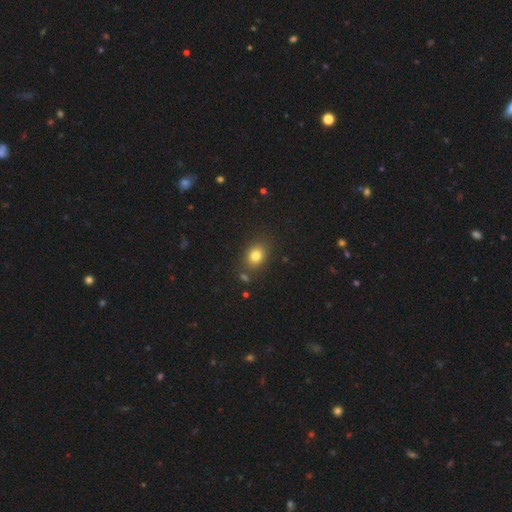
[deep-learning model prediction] Smooth or featured?
  - smooth: 79% *
  - star or artifact: 13%
  - featured or disk: 8%
How rounded?
  - in between: 50% *
  - round: 49%
  - cigar-shaped: 1%
Merging?
  - none: 80% *
  - minor disturbance: 12%
  - merger: 5%
  - major disturbance: 3%